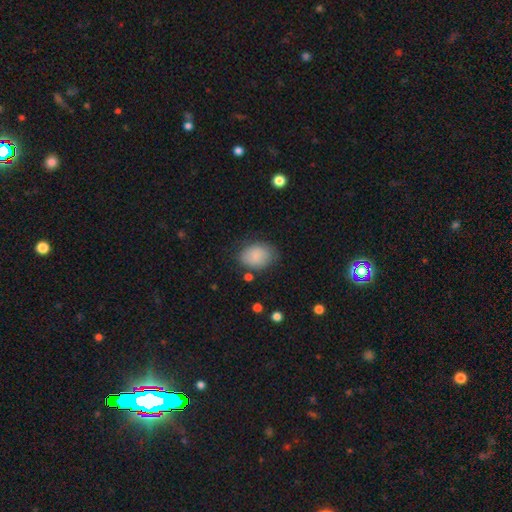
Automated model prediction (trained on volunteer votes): Smooth or featured?
  - smooth: 84% *
  - featured or disk: 9%
  - star or artifact: 8%
How rounded?
  - in between: 63% *
  - round: 36%
  - cigar-shaped: 1%
Merging?
  - none: 74% *
  - minor disturbance: 18%
  - major disturbance: 5%
  - merger: 3%